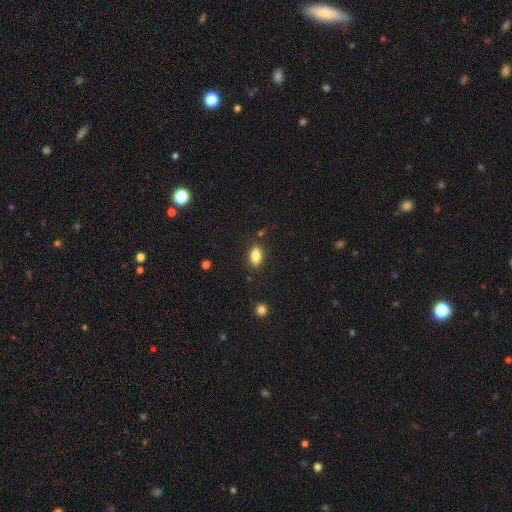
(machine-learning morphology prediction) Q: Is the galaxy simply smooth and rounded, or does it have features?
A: smooth — 83%.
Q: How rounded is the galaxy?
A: in between — 88%.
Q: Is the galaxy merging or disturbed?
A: none — 83%.